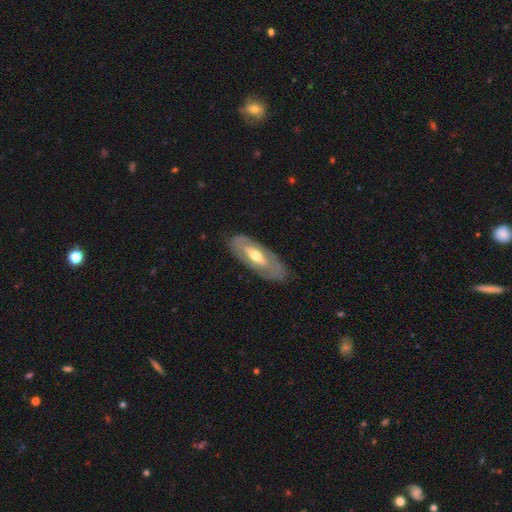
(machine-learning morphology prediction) Overall: featured or disk (64%; smooth 31%). Edge-on disk: no (80%). Bar: no (49%; weak 27%). Spiral arms: no (69%; yes 31%). Bulge size: moderate (71%). Merging: none (80%).